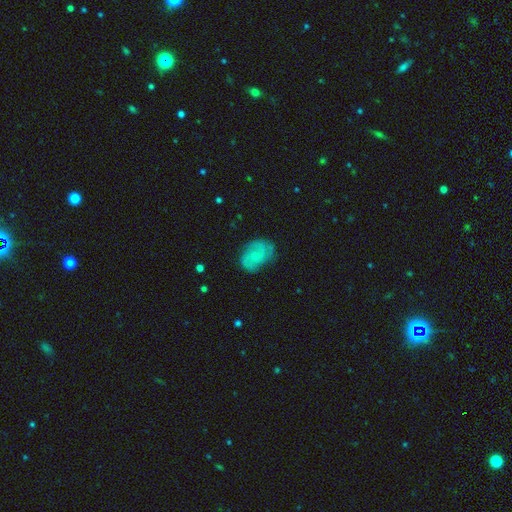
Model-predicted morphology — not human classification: This appears to be a featured or disk galaxy (64%) with no bar (69%), 2 (70%) medium (46%) spiral arms (90%) and a small central bulge (69%). Merging: none (70%).